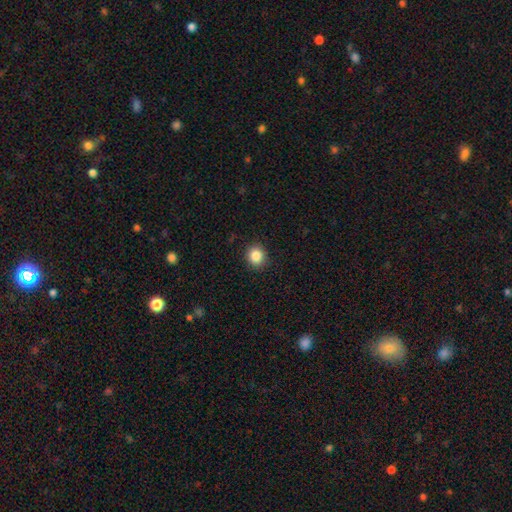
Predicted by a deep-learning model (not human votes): The model was most divided on "how rounded": round: 84%, in between: 16%, cigar-shaped: 1%. More confident: merging — none (91%); smooth or featured — smooth (86%).